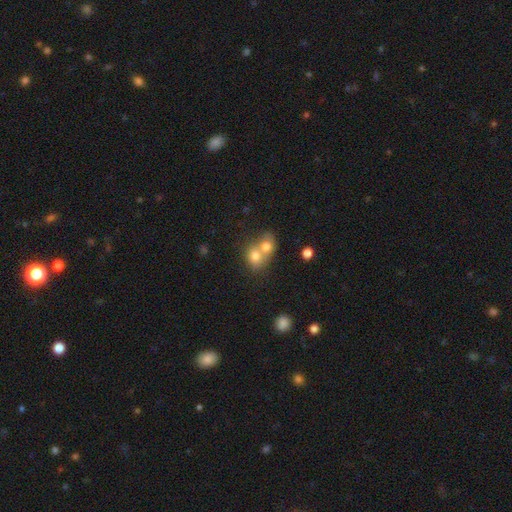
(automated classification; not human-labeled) This is likely a smooth galaxy (74%). How rounded: likely round (66%). Merging: likely merger (71%).